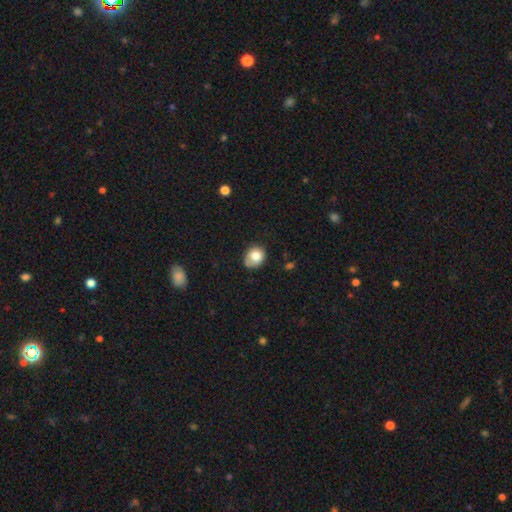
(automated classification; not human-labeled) smooth-or-featured: smooth: 79% | featured or disk: 12% | star or artifact: 9%
  how-rounded: round: 65% | in between: 34% | cigar-shaped: 1%
  merging: none: 61% | minor disturbance: 29% | major disturbance: 7% | merger: 3%